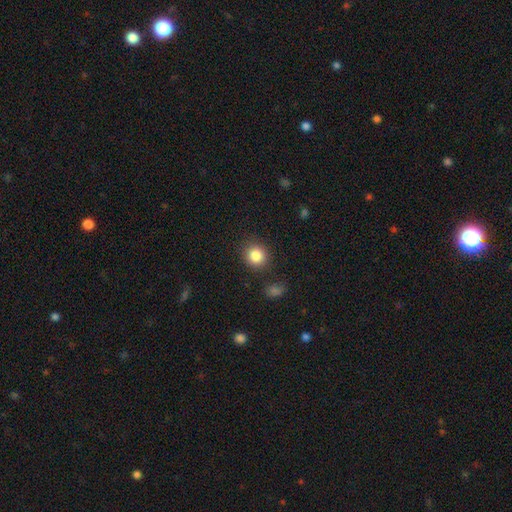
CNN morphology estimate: smooth 86%, star or artifact 10%, featured or disk 5%. Down the decision tree: how rounded — round (87%); merging — none (85%).